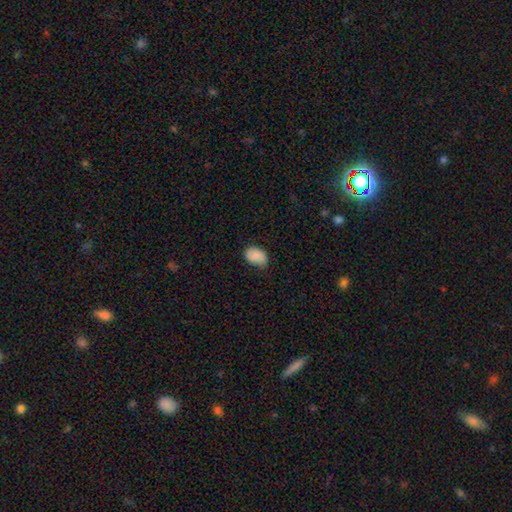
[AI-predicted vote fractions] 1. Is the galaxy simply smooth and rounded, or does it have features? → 83% smooth, 9% featured or disk, 8% star or artifact.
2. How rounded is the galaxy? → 85% in between, 14% round, 1% cigar-shaped.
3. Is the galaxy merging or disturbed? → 67% none, 27% minor disturbance, 5% major disturbance, 1% merger.